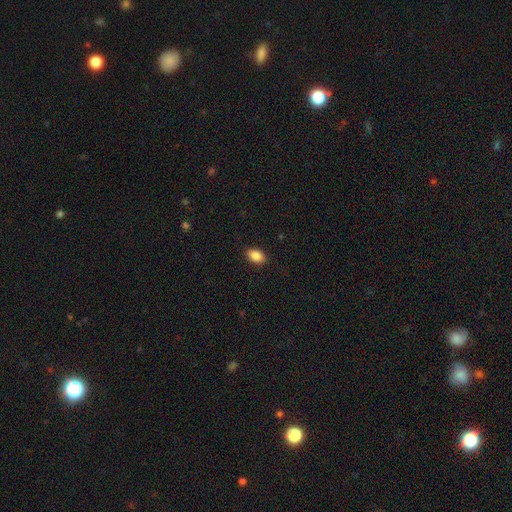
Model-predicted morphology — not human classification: This is clearly a smooth galaxy (87%). How rounded: clearly in between (90%). Merging: clearly none (88%).